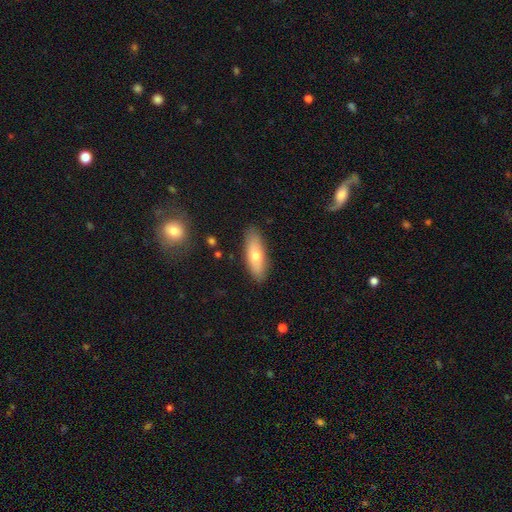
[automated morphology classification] This is likely a smooth galaxy (69%). How rounded: likely in between (63%). Merging: clearly none (86%).